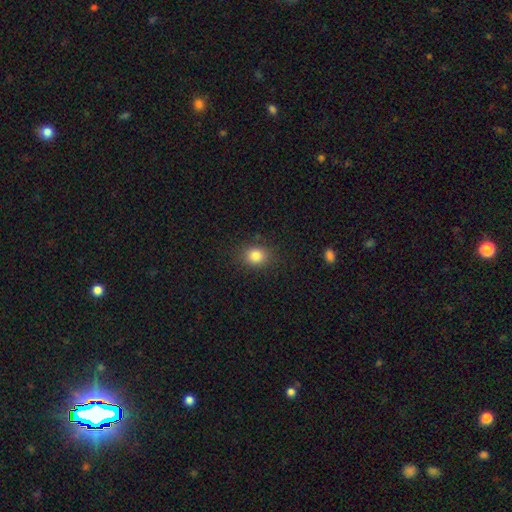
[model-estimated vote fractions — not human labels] Smooth or featured?
  - smooth: 83% *
  - star or artifact: 12%
  - featured or disk: 6%
How rounded?
  - round: 64% *
  - in between: 35%
  - cigar-shaped: 1%
Merging?
  - none: 86% *
  - minor disturbance: 10%
  - major disturbance: 3%
  - merger: 1%